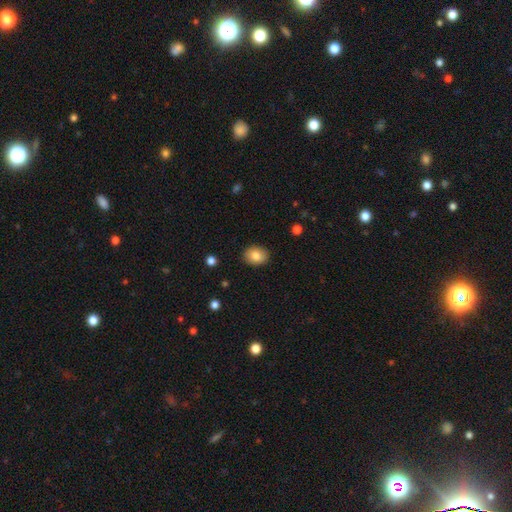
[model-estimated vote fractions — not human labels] This appears to be a smooth galaxy with no disk features (84%) that is in between round and cigar-shaped (58%). Merging: none (88%).